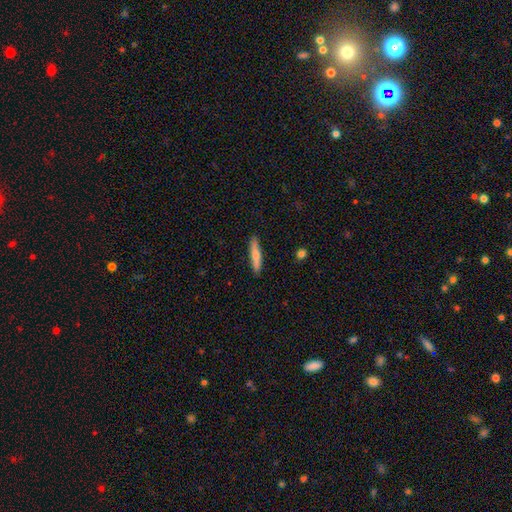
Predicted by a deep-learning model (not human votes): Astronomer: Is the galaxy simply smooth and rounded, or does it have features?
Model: smooth — 64%.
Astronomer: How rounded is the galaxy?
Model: cigar-shaped — 88%.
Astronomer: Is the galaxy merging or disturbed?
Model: none — 89%.